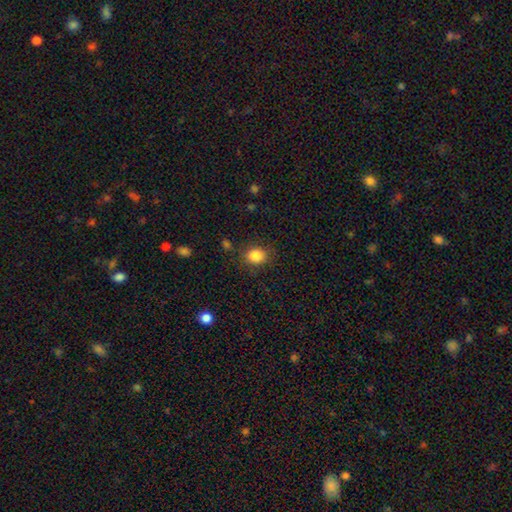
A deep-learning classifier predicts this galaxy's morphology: smooth 85%, star or artifact 10%, featured or disk 5%. Down the decision tree: how rounded — round (67%); merging — none (83%).